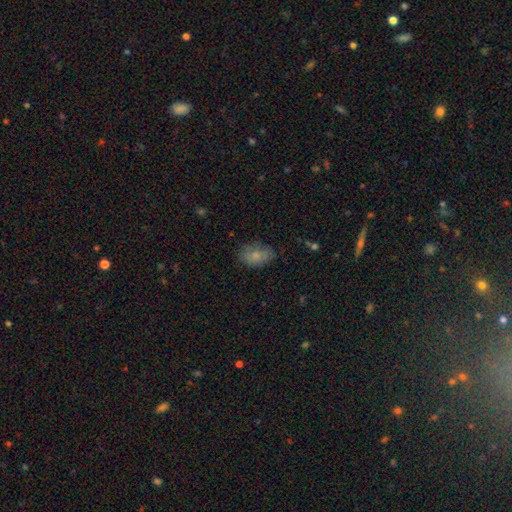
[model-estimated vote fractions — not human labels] Morphology: type=smooth (79%); roundness=in between (87%); merging=none (72%).